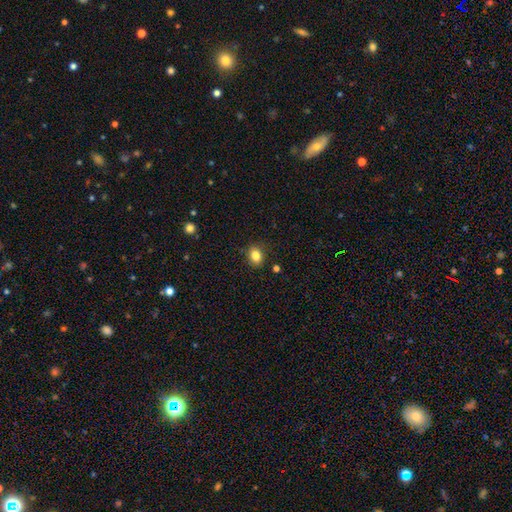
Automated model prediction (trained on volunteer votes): This appears to be a smooth galaxy with no disk features (84%) that is in between round and cigar-shaped (56%). Merging: none (85%).